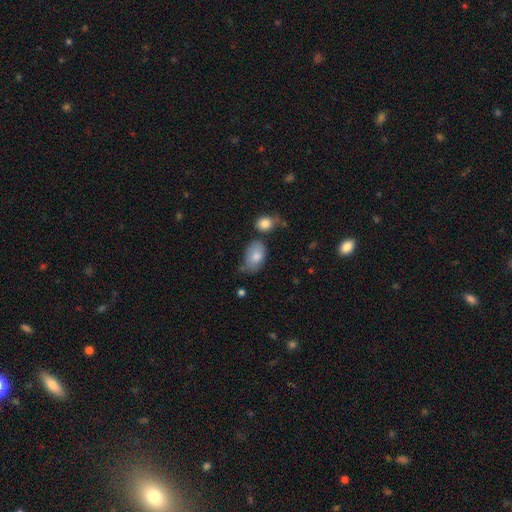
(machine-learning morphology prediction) The model was most divided on "merging": none: 46%, minor disturbance: 31%, merger: 12%, major disturbance: 10%. More confident: how rounded — in between (88%); smooth or featured — smooth (81%).